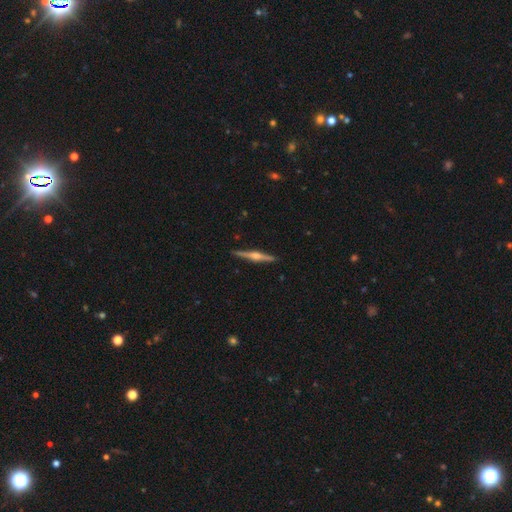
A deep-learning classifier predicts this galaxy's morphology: Overall: featured or disk (82%). Edge-on disk: yes (98%). Edge-on bulge: rounded (90%). Merging: none (92%).